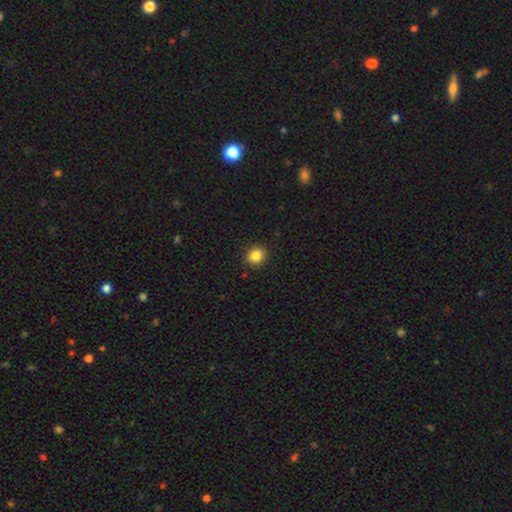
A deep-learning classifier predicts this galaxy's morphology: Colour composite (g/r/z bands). It shows a smooth galaxy with no disk features (86%) that is round (81%). Merging: none (91%).